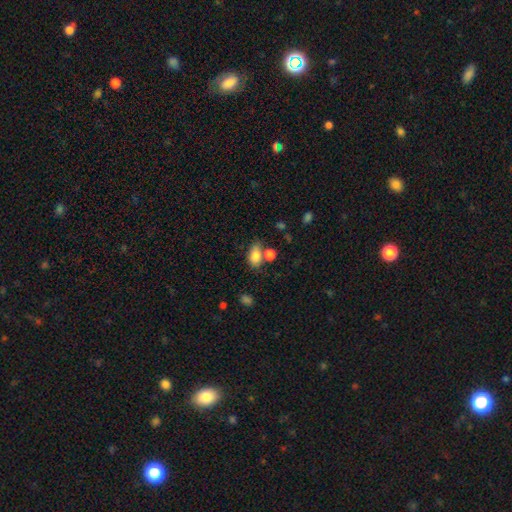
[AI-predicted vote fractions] Smooth or featured?
  - smooth: 83% *
  - star or artifact: 9%
  - featured or disk: 8%
How rounded?
  - in between: 85% *
  - round: 13%
  - cigar-shaped: 2%
Merging?
  - none: 45% *
  - merger: 31%
  - minor disturbance: 16%
  - major disturbance: 7%